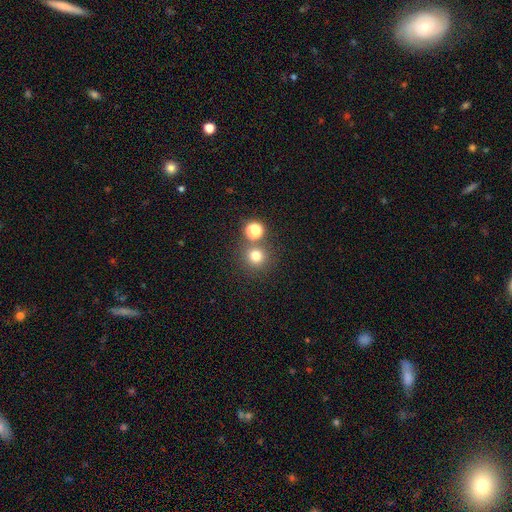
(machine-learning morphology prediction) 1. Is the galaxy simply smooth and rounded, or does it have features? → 75% smooth, 19% star or artifact, 6% featured or disk.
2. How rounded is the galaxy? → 93% round, 6% in between, 1% cigar-shaped.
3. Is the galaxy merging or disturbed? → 75% none, 15% merger, 7% minor disturbance, 3% major disturbance.